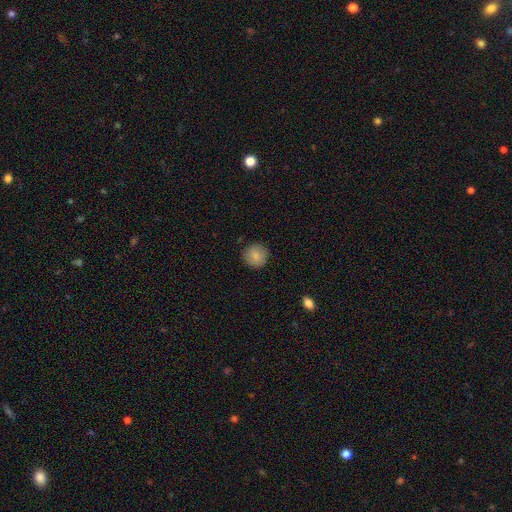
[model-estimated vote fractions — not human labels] Smooth or featured?
  - smooth: 84% *
  - star or artifact: 8%
  - featured or disk: 8%
How rounded?
  - round: 94% *
  - in between: 5%
  - cigar-shaped: 1%
Merging?
  - none: 90% *
  - minor disturbance: 7%
  - major disturbance: 2%
  - merger: 1%